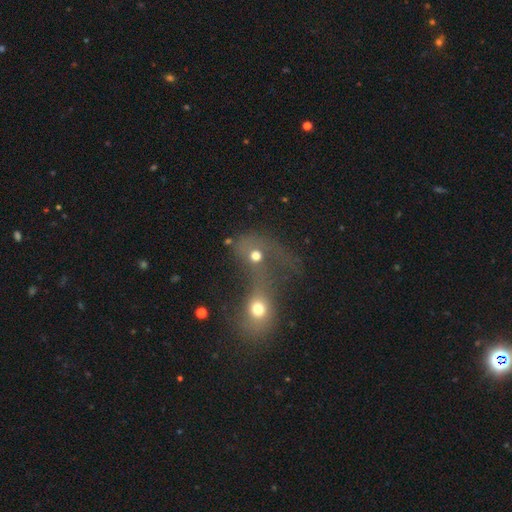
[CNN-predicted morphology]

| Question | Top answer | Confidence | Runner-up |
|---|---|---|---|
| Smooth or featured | smooth | 60% | featured or disk (22%) |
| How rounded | round | 68% | in between (30%) |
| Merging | merger | 73% | none (12%) |